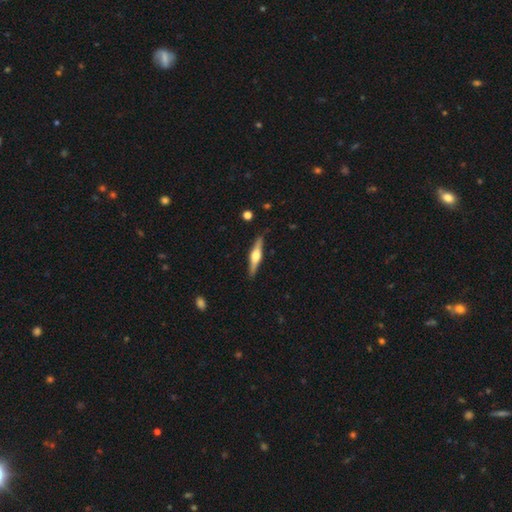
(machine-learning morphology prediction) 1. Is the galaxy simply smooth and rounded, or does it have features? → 70% featured or disk, 25% smooth, 5% star or artifact.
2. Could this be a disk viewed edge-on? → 97% yes, 3% no.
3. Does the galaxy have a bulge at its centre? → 92% rounded, 6% boxy, 2% none.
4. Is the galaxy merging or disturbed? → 89% none, 8% minor disturbance, 2% major disturbance, 1% merger.